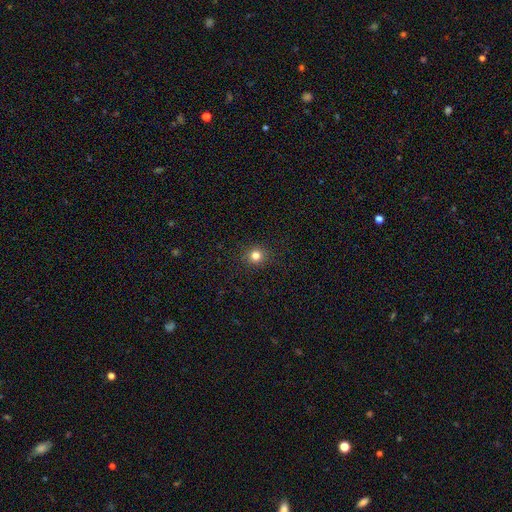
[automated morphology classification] smooth 81%, star or artifact 14%, featured or disk 5%. Down the decision tree: how rounded — round (90%); merging — none (91%).